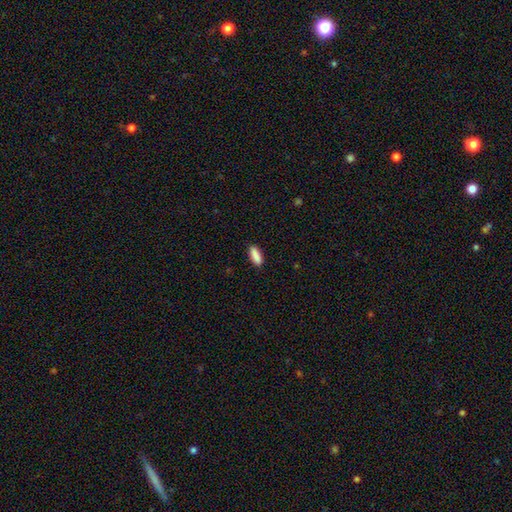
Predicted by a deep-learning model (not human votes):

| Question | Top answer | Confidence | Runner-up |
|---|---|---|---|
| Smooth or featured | smooth | 89% | star or artifact (7%) |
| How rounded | in between | 64% | cigar-shaped (34%) |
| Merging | none | 88% | minor disturbance (9%) |